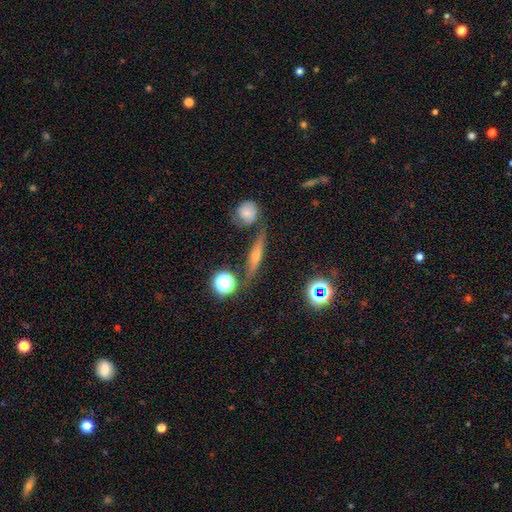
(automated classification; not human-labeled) Morphology: type=featured or disk (62%); edge-on=yes (90%); edge-on bulge=rounded (82%); merging=none (80%).